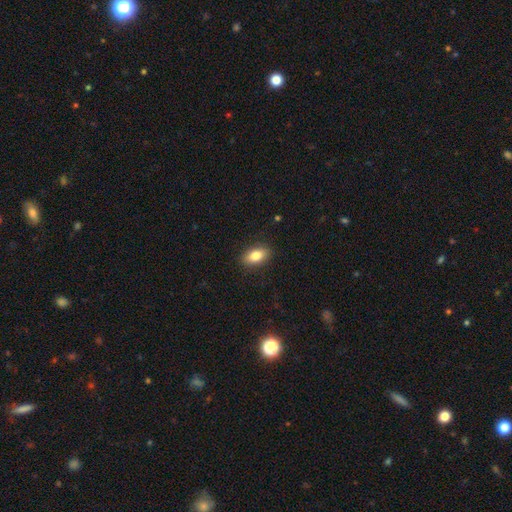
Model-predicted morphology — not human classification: Smooth or featured? smooth (83%)
How rounded? in between (89%)
Merging? none (88%)